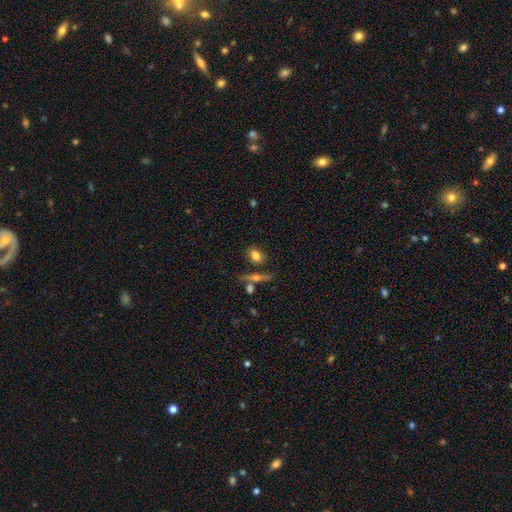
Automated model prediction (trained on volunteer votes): A smooth galaxy with no disk features (77%) that is in between round and cigar-shaped (73%). Merging: none (67%).